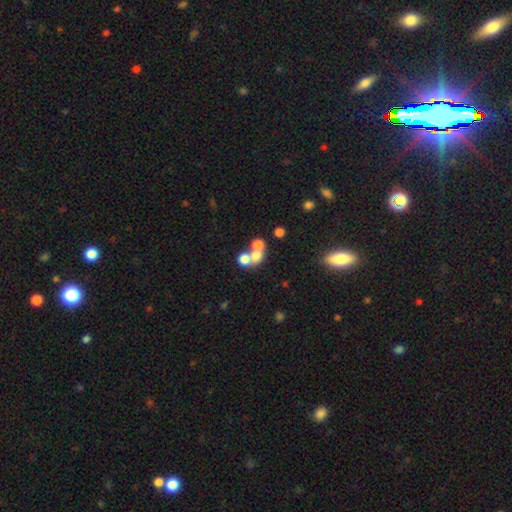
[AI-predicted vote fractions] This is likely a smooth galaxy (63%). How rounded: likely round (75%). Merging: possibly merger (56%).